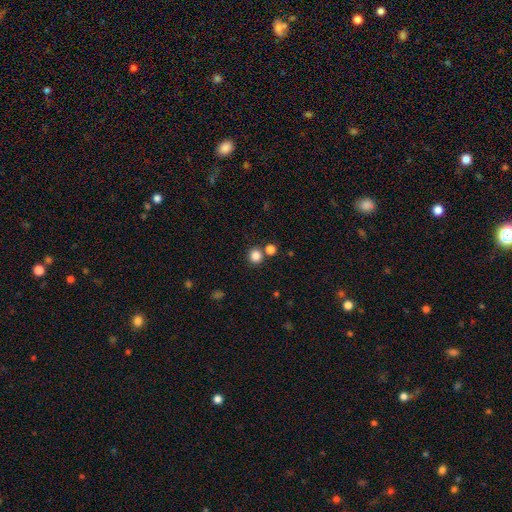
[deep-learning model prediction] Smooth or featured? Predicted: smooth (p=0.83). How rounded? Predicted: round (p=0.90). Merging? Predicted: none (p=0.76).